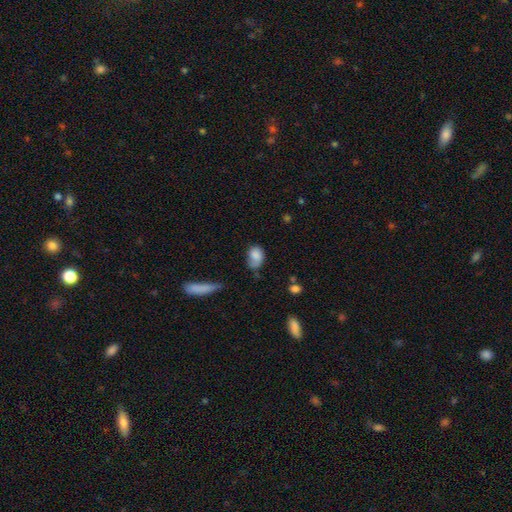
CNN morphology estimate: Q: Smooth or featured?
A: smooth (79%); runner-up: featured or disk (13%)
Q: How rounded?
A: in between (77%); runner-up: round (21%)
Q: Merging?
A: none (44%); runner-up: minor disturbance (36%)